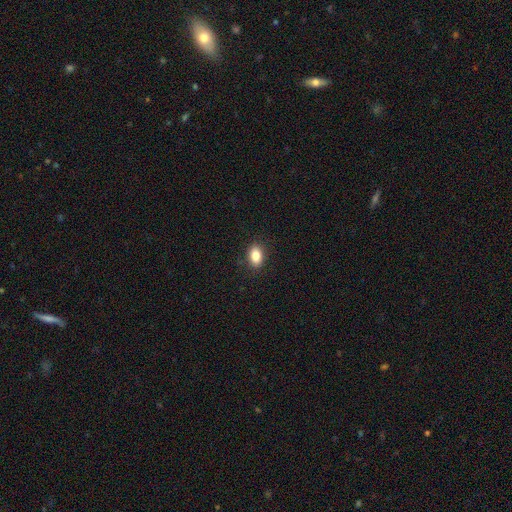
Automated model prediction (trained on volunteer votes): Smooth or featured: smooth — 84% (star or artifact — 9%)
How rounded: in between — 84% (round — 14%)
Merging: none — 88% (minor disturbance — 9%)